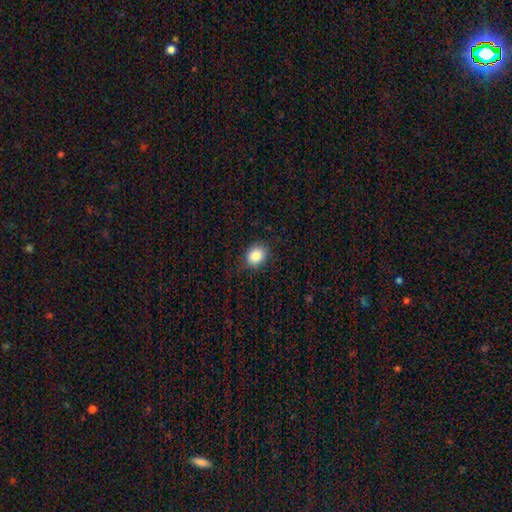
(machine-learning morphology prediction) smooth 84%, star or artifact 9%, featured or disk 6%. Down the decision tree: how rounded — round (58%); merging — none (86%).